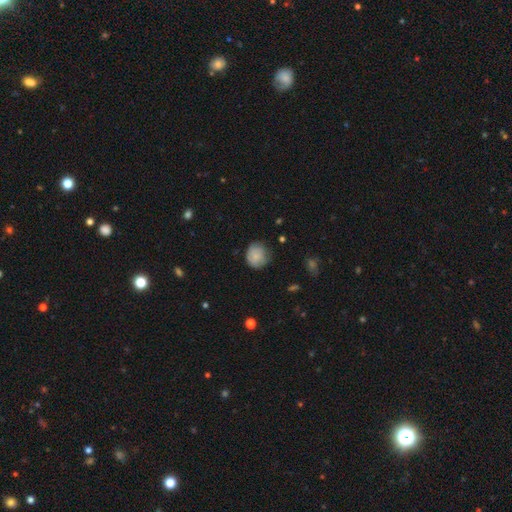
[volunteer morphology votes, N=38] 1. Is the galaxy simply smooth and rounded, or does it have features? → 82% smooth, 11% featured or disk, 8% star or artifact.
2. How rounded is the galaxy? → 94% round, 6% in between, 0% cigar-shaped.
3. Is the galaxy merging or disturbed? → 80% none, 14% minor disturbance, 6% major disturbance, 0% merger.